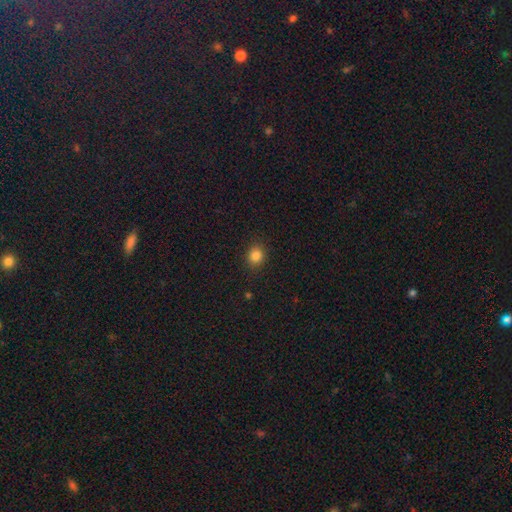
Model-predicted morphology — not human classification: Q: Smooth or featured?
A: smooth (83%); runner-up: star or artifact (12%)
Q: How rounded?
A: round (71%); runner-up: in between (28%)
Q: Merging?
A: none (89%); runner-up: minor disturbance (7%)